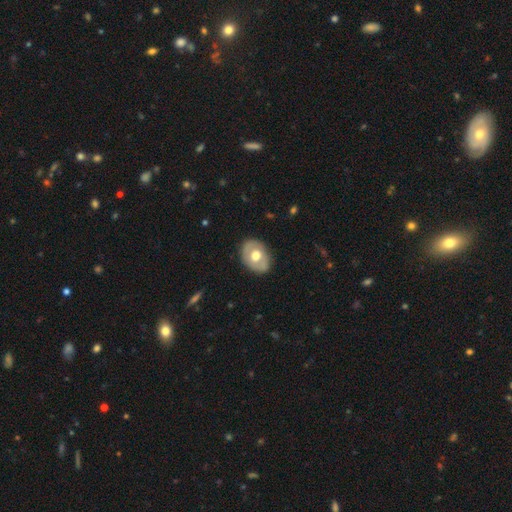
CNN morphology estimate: type=smooth (50%); roundness=in between (67%); merging=none (81%).